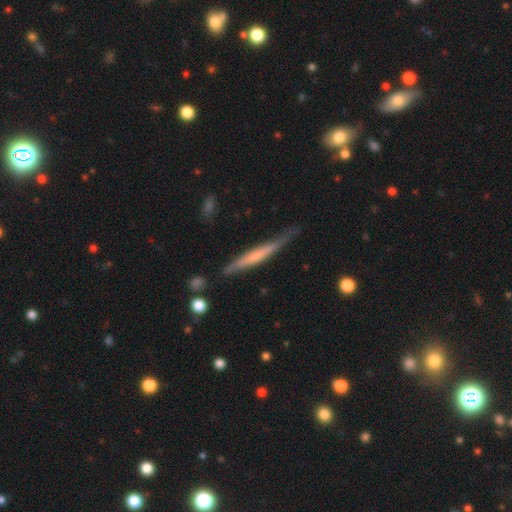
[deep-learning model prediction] A featured or disk galaxy (54%) viewed edge-on (94%) with no central bulge (60%).

Vote fractions:
- Smooth or featured? featured or disk: 54% / smooth: 40% / star or artifact: 5%
- Edge-on disk? yes: 94% / no: 6%
- Edge-on bulge? none: 60% / rounded: 27% / boxy: 13%
- Merging? none: 68% / minor disturbance: 24% / major disturbance: 5% / merger: 3%